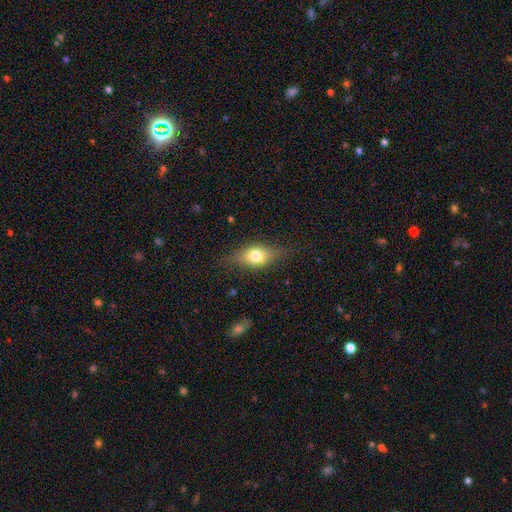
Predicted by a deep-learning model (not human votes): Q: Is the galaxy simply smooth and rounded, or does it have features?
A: smooth — 64%.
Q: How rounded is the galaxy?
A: in between — 73%.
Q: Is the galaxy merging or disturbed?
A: none — 76%.